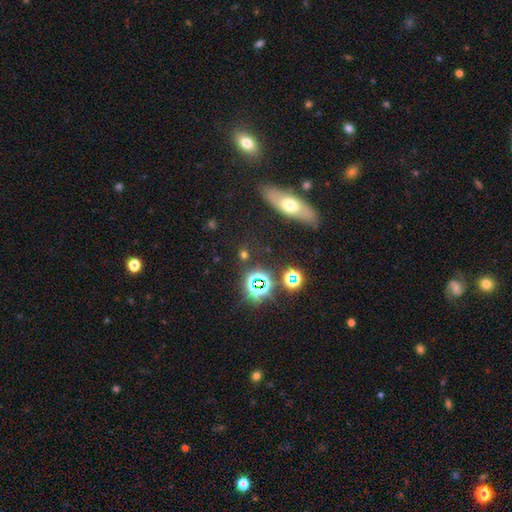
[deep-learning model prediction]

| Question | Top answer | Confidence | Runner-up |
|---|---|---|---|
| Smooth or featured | featured or disk | 46% | smooth (31%) |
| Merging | none | 72% | minor disturbance (11%) |